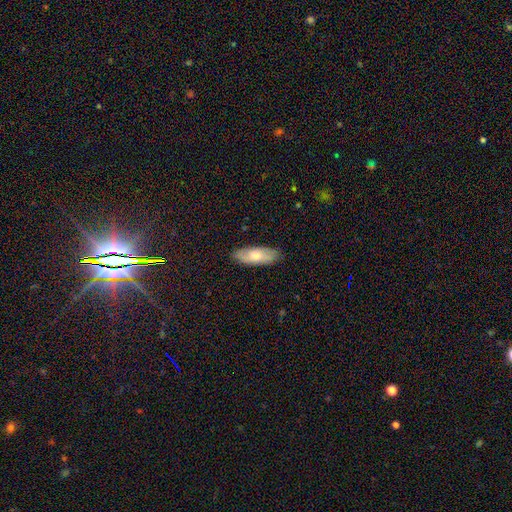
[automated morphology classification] Overall: smooth (68%). How rounded: in between (70%). Merging: none (86%).